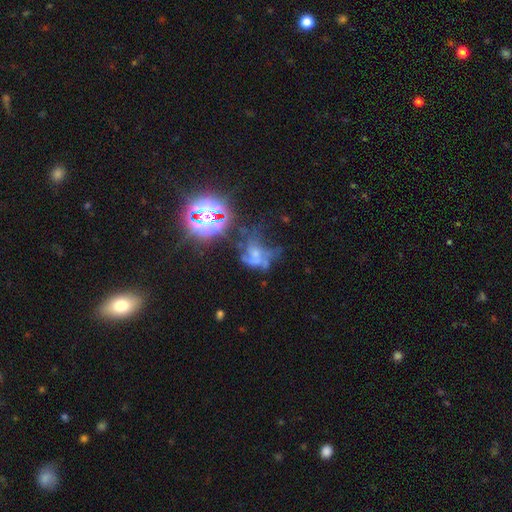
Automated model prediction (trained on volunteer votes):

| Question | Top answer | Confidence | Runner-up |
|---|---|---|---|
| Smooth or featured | featured or disk | 43% | star or artifact (33%) |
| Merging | major disturbance | 36% | none (25%) |